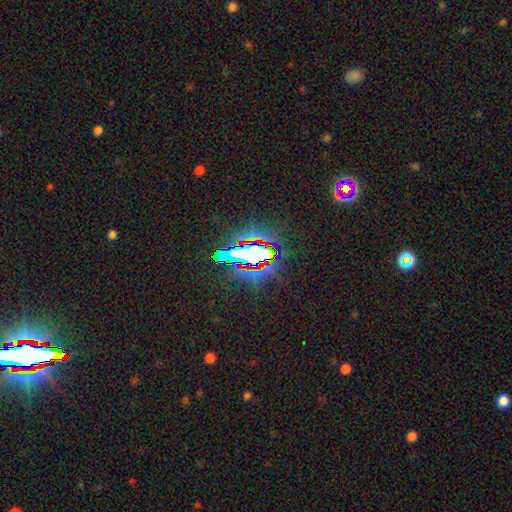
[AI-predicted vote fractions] smooth_or_featured: star or artifact (p=0.65) [alt: smooth p=0.21]